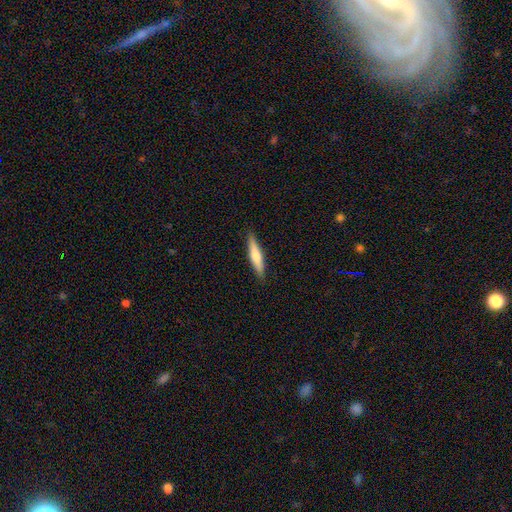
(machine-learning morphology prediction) smooth_or_featured: smooth (p=0.63) [alt: featured or disk p=0.31]
how_rounded: cigar-shaped (p=0.86) [alt: in between p=0.13]
merging: none (p=0.89) [alt: minor disturbance p=0.08]